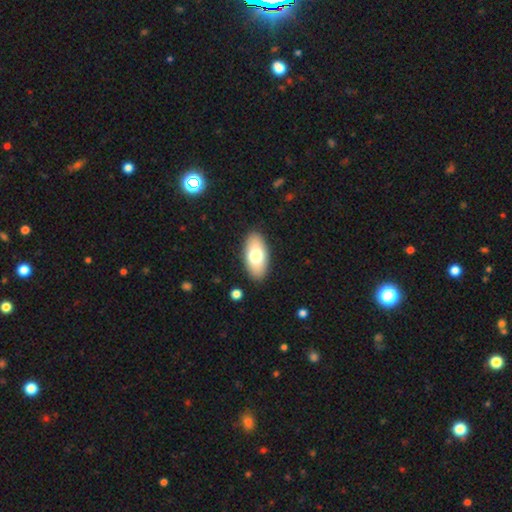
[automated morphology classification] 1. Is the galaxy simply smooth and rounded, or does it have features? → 72% smooth, 22% featured or disk, 6% star or artifact.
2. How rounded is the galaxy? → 92% in between, 5% cigar-shaped, 3% round.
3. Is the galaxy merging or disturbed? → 89% none, 8% minor disturbance, 2% major disturbance, 1% merger.